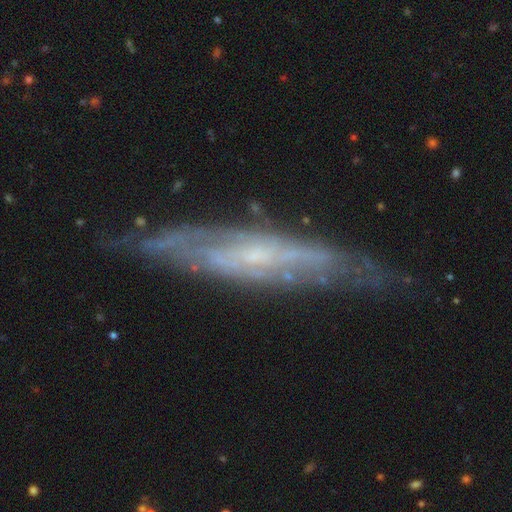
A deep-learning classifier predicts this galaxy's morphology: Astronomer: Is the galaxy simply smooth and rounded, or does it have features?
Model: featured or disk — 78%.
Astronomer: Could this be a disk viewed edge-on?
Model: yes — 52% (runner-up: no, 48%).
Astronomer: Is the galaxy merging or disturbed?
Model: none — 75%.